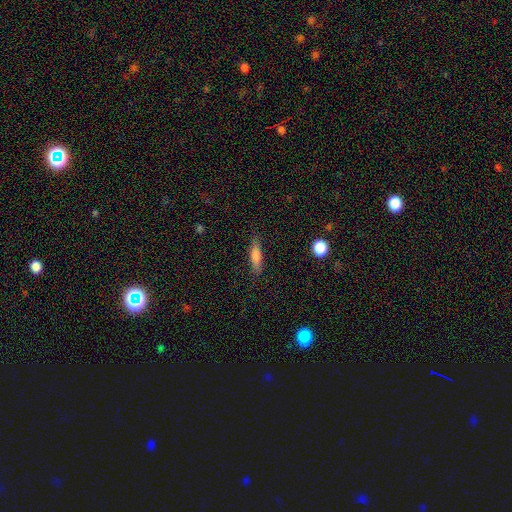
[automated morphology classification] A smooth galaxy with no disk features (73%) that is cigar-shaped (71%). Merging: none (85%).